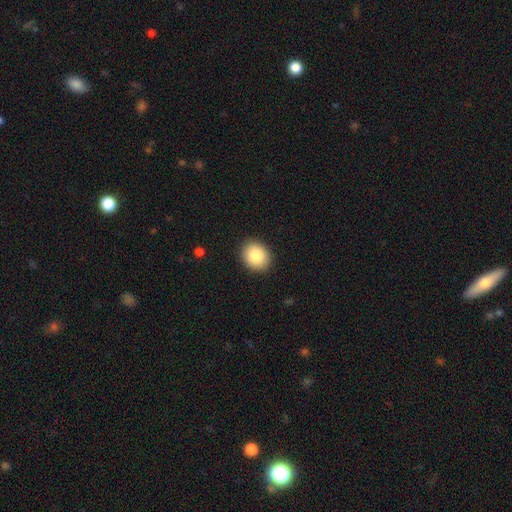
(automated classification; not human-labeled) A smooth galaxy with no disk features (87%) that is round (59%). Merging: none (90%).